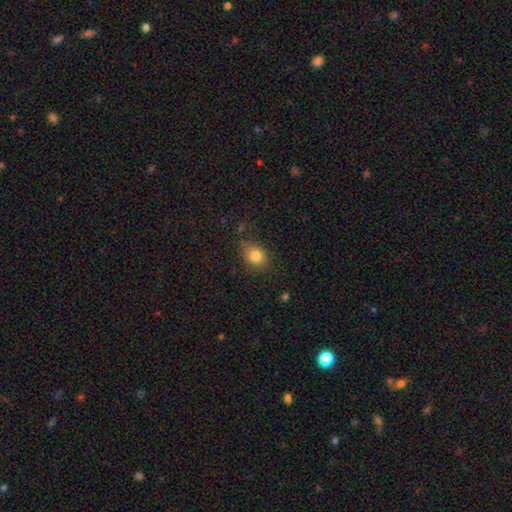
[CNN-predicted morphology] Overall: smooth (82%). How rounded: in between (54%; round 45%). Merging: none (76%).